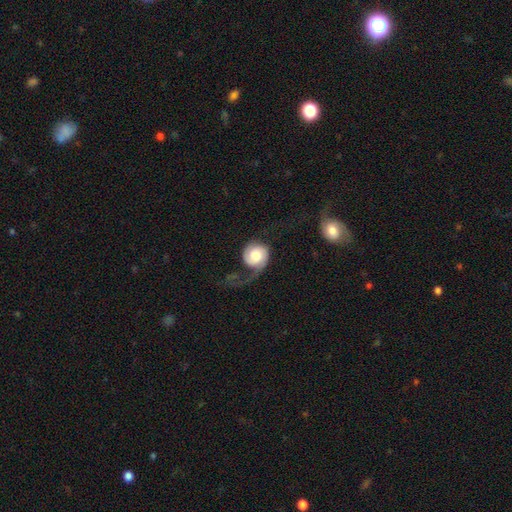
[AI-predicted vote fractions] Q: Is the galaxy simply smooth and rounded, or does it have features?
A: featured or disk — 61%.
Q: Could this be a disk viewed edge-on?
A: no — 97%.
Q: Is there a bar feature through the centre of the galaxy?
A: no — 75%.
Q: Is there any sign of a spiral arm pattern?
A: yes — 92%.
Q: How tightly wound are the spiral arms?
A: loose — 53%.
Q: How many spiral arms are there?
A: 1 — 53%.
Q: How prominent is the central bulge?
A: large — 37%.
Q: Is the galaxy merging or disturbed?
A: major disturbance — 47%.